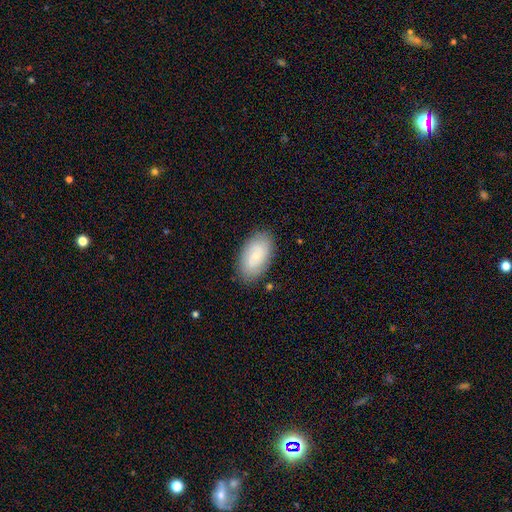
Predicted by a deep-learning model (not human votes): This is likely a smooth galaxy (66%). How rounded: clearly in between (94%). Merging: clearly none (85%).